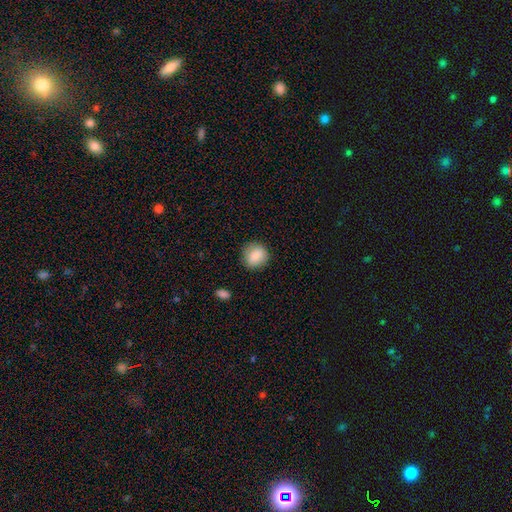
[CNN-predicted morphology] smooth 87%, star or artifact 8%, featured or disk 5%. Down the decision tree: how rounded — round (79%); merging — none (83%).